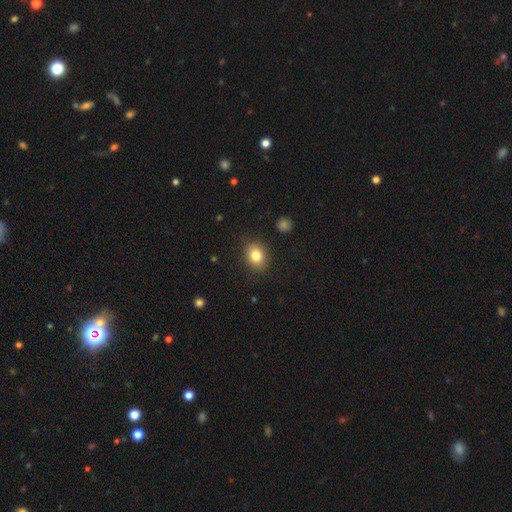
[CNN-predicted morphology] type=smooth (82%); roundness=in between (54%); merging=none (87%).